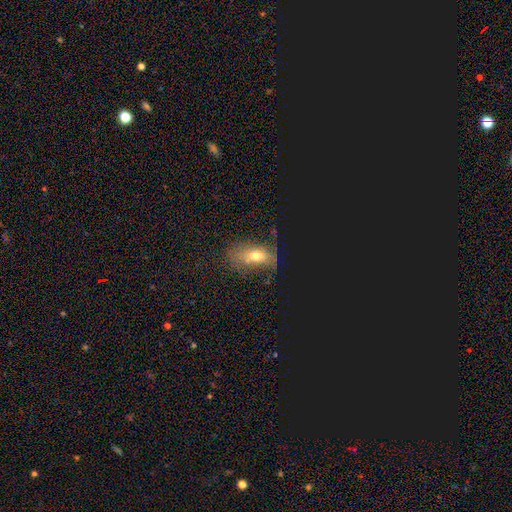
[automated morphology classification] The model was most divided on "merging": none: 50%, minor disturbance: 26%, major disturbance: 20%, merger: 4%. More confident: how rounded — in between (81%); smooth or featured — smooth (56%).